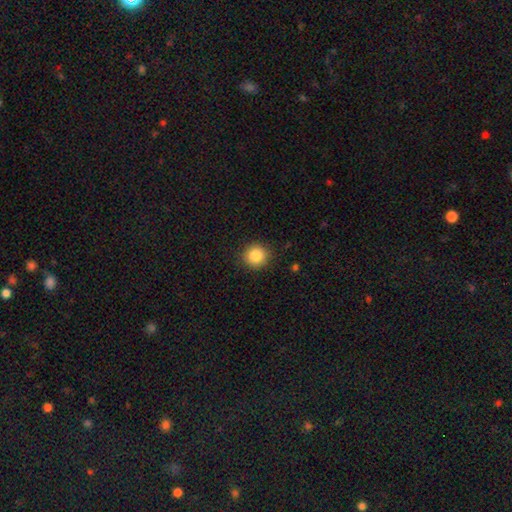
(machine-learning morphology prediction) The model was most divided on "smooth or featured": smooth: 86%, star or artifact: 9%, featured or disk: 5%. More confident: how rounded — round (91%); merging — none (90%).